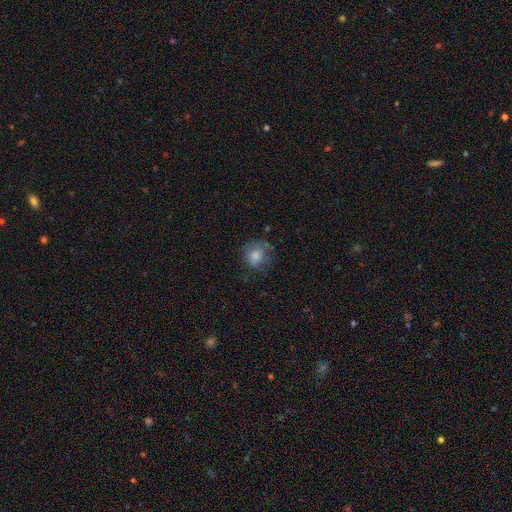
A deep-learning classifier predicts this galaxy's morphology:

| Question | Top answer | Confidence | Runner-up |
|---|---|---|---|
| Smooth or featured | smooth | 70% | featured or disk (20%) |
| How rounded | round | 73% | in between (26%) |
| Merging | none | 56% | minor disturbance (25%) |